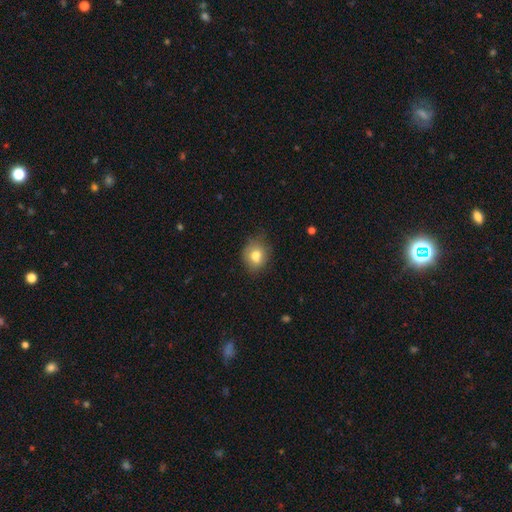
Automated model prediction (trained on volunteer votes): Q: Smooth or featured?
A: smooth (78%); runner-up: featured or disk (12%)
Q: How rounded?
A: round (63%); runner-up: in between (36%)
Q: Merging?
A: none (73%); runner-up: minor disturbance (21%)